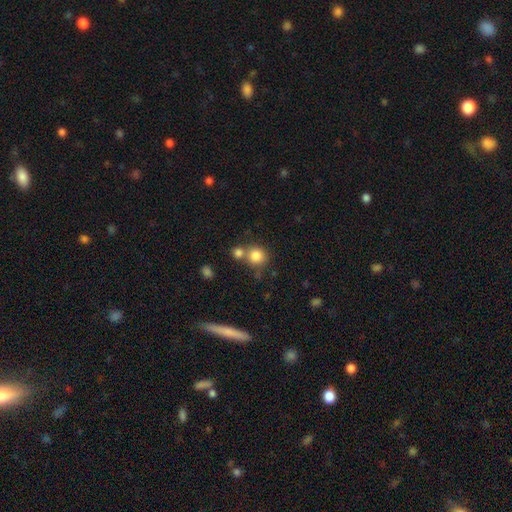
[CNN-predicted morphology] Overall: smooth (82%). How rounded: round (87%). Merging: none (55%; merger 32%).